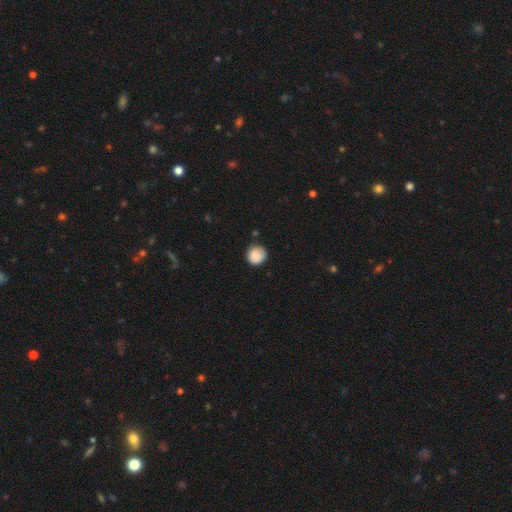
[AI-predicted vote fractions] This appears to be a smooth galaxy with no disk features (86%) that is round (92%). Merging: none (81%).